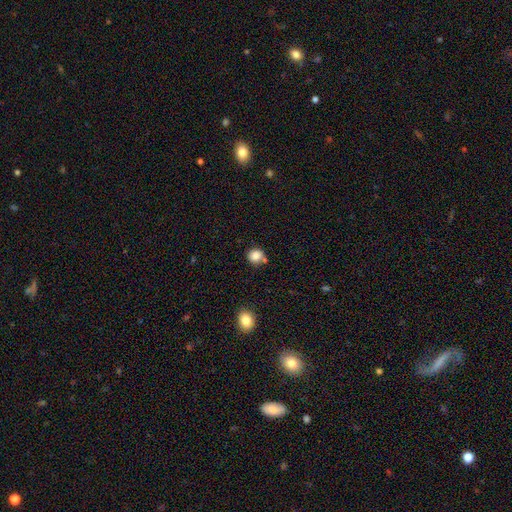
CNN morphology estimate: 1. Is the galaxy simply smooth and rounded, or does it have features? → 84% smooth, 11% star or artifact, 6% featured or disk.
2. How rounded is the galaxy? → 86% round, 13% in between, 1% cigar-shaped.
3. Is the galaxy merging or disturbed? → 67% none, 16% minor disturbance, 13% merger, 4% major disturbance.